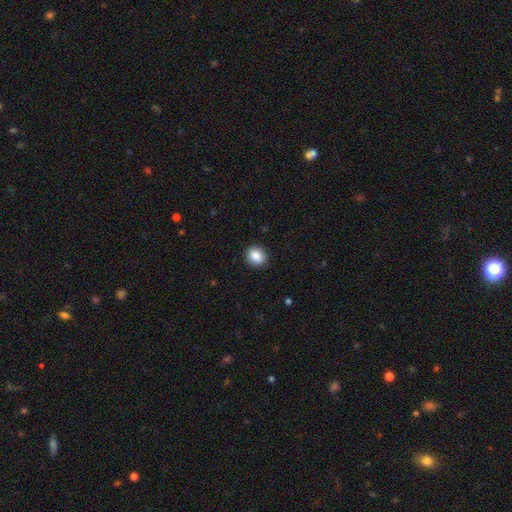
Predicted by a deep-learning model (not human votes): smooth-or-featured: smooth: 87% | star or artifact: 9% | featured or disk: 4%
  how-rounded: round: 73% | in between: 26% | cigar-shaped: 1%
  merging: none: 90% | minor disturbance: 7% | major disturbance: 2% | merger: 1%